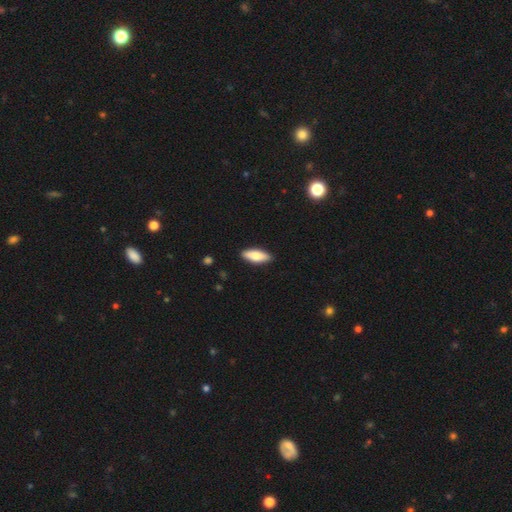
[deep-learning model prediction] A smooth galaxy with no disk features (75%) that is in between round and cigar-shaped (62%).

Vote fractions:
- Smooth or featured? smooth: 75% / featured or disk: 20% / star or artifact: 5%
- How rounded? in between: 62% / cigar-shaped: 36% / round: 2%
- Merging? none: 90% / minor disturbance: 8% / major disturbance: 2% / merger: 1%